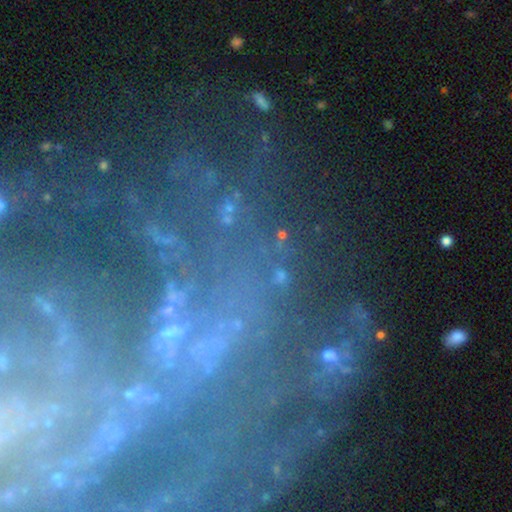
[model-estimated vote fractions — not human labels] Overall: featured or disk (55%; star or artifact 32%). Edge-on disk: no (93%). Bar: no (52%; weak 26%). Spiral arms: yes (69%; no 31%). Bulge size: small (47%; none 29%). Merging: none (60%).